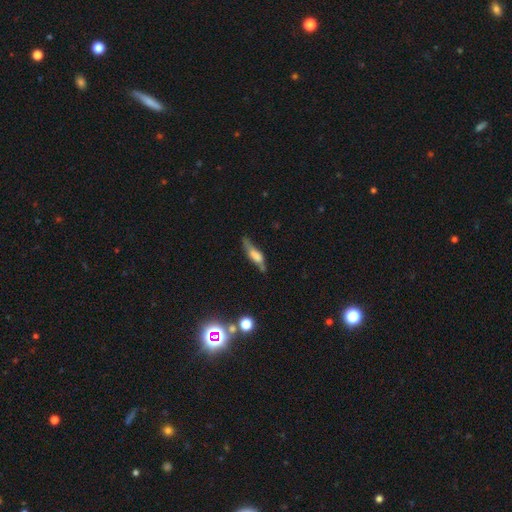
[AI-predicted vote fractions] A smooth galaxy with no disk features (47%).

Vote fractions:
- Smooth or featured? smooth: 47% / featured or disk: 42% / star or artifact: 10%
- Merging? none: 45% / minor disturbance: 31% / major disturbance: 18% / merger: 7%